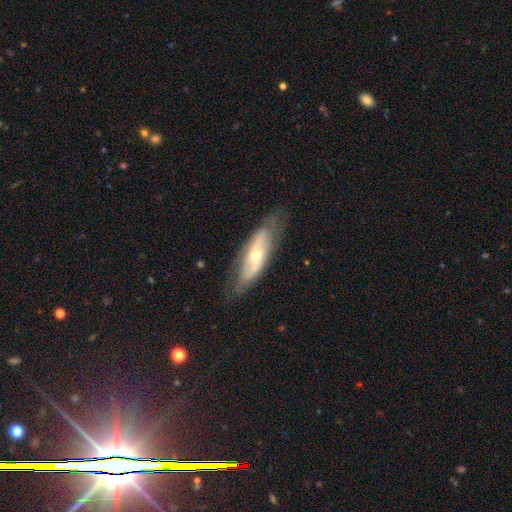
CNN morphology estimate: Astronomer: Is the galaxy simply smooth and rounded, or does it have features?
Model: featured or disk — 59% (runner-up: smooth, 35%).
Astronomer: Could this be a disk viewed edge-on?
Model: no — 69%.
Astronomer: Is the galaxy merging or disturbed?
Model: none — 73%.